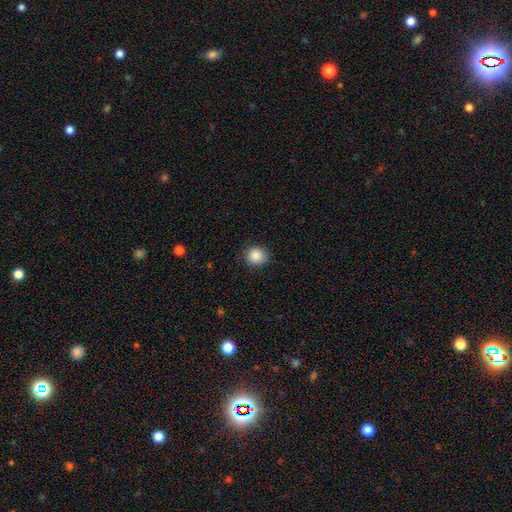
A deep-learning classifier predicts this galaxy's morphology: Smooth or featured? smooth (87%)
How rounded? round (85%)
Merging? none (87%)